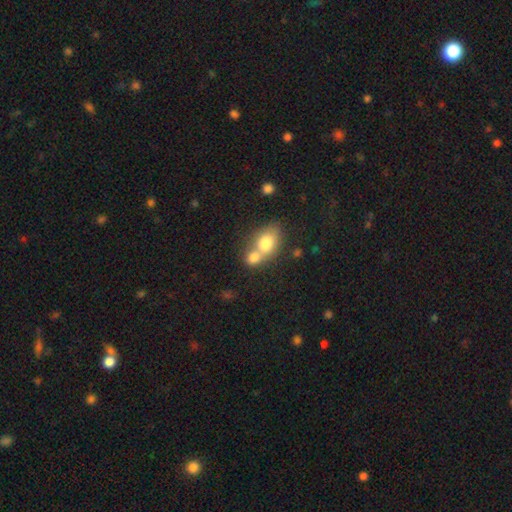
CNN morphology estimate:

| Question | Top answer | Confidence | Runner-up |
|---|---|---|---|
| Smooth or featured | smooth | 73% | featured or disk (17%) |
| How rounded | in between | 55% | round (43%) |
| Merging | merger | 56% | none (32%) |